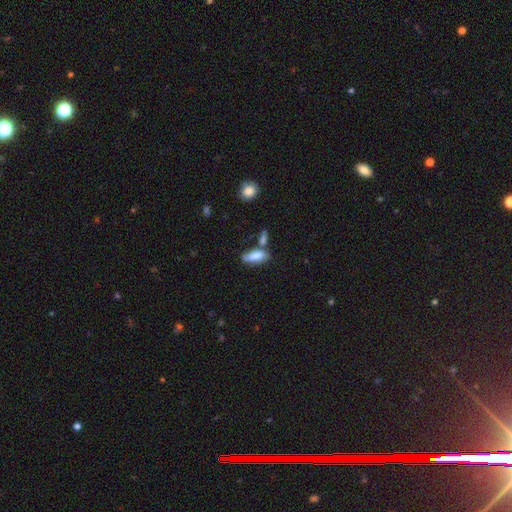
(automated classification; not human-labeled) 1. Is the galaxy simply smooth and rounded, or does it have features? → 80% smooth, 13% featured or disk, 7% star or artifact.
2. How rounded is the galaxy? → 67% in between, 30% cigar-shaped, 2% round.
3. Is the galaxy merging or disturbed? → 52% none, 22% merger, 20% minor disturbance, 6% major disturbance.